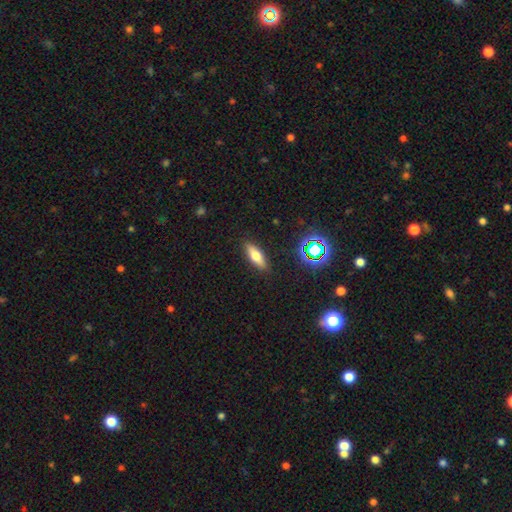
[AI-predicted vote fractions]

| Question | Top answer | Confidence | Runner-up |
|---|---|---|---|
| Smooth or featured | smooth | 63% | featured or disk (25%) |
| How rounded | in between | 54% | cigar-shaped (43%) |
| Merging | none | 88% | minor disturbance (8%) |